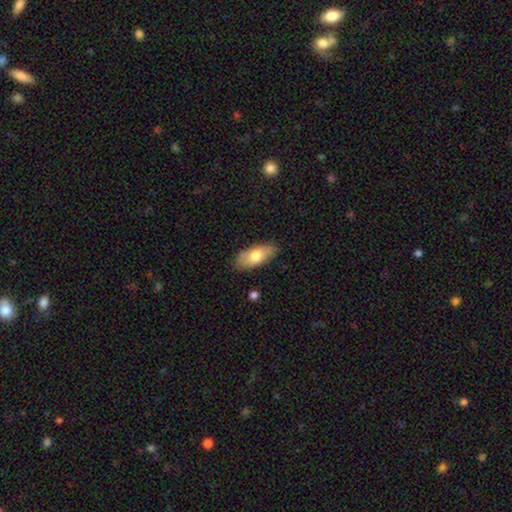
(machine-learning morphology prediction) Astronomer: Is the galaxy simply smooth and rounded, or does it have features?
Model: smooth — 73%.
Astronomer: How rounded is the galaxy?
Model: in between — 89%.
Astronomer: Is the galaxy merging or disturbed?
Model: none — 83%.